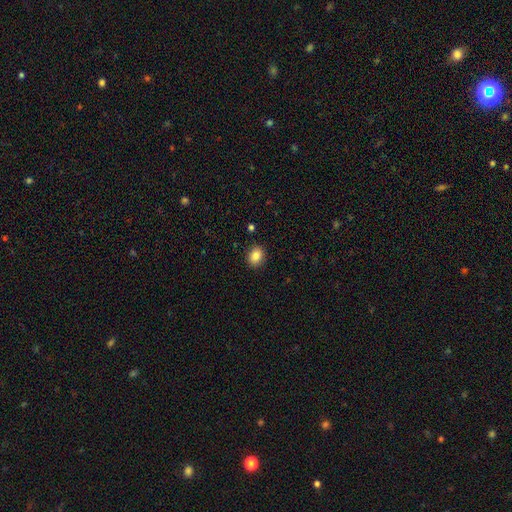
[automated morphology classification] smooth_or_featured: smooth (p=0.85) [alt: star or artifact p=0.09]
how_rounded: round (p=0.51) [alt: in between p=0.48]
merging: none (p=0.89) [alt: minor disturbance p=0.07]